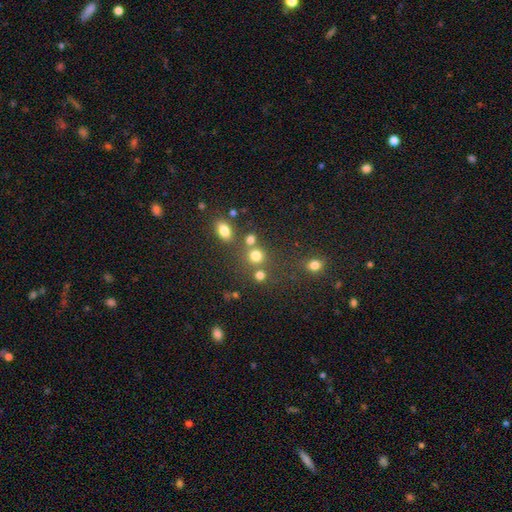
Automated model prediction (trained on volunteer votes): Overall: smooth (76%). How rounded: round (84%). Merging: none (63%; merger 23%).